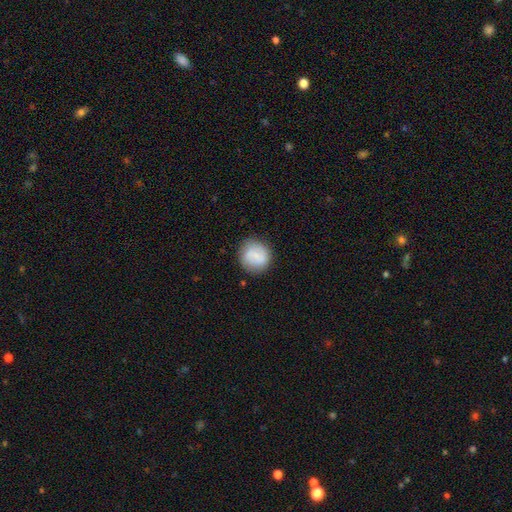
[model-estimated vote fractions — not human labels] Smooth or featured?
  - smooth: 68% *
  - featured or disk: 25%
  - star or artifact: 7%
How rounded?
  - round: 88% *
  - in between: 11%
  - cigar-shaped: 1%
Merging?
  - none: 82% *
  - minor disturbance: 13%
  - major disturbance: 4%
  - merger: 2%